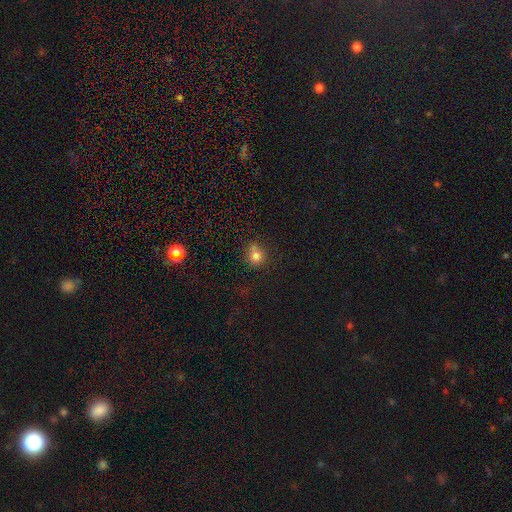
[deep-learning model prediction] Smooth or featured: smooth — 77% (star or artifact — 14%)
How rounded: round — 83% (in between — 16%)
Merging: none — 55% (merger — 23%)